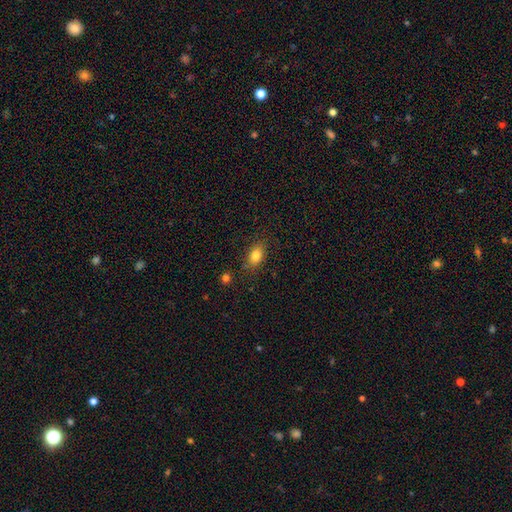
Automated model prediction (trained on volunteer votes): smooth_or_featured: smooth (p=0.82) [alt: star or artifact p=0.10]
how_rounded: in between (p=0.80) [alt: round p=0.18]
merging: none (p=0.81) [alt: minor disturbance p=0.13]